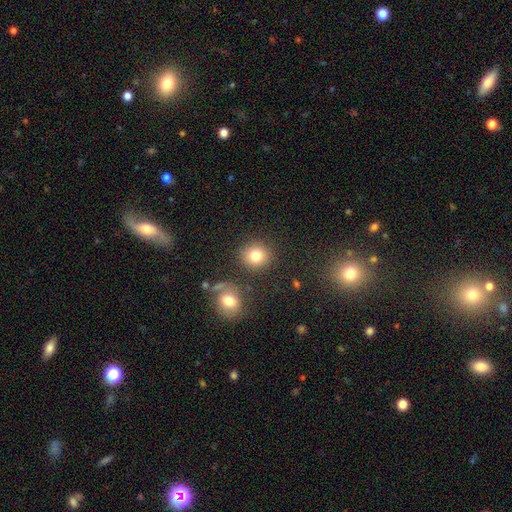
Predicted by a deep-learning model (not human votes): smooth-or-featured: smooth: 81% | star or artifact: 11% | featured or disk: 8%
  how-rounded: round: 85% | in between: 14% | cigar-shaped: 1%
  merging: none: 81% | minor disturbance: 9% | merger: 6% | major disturbance: 4%